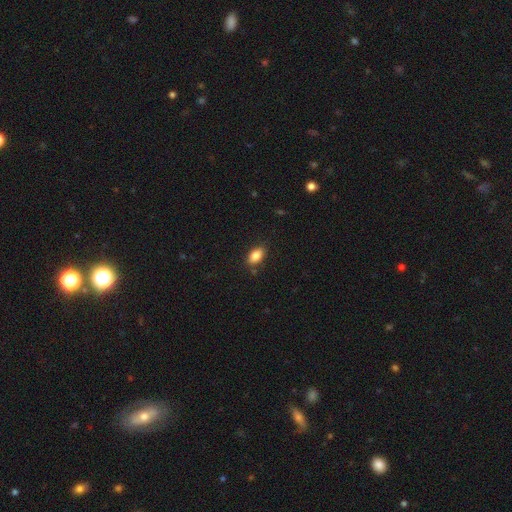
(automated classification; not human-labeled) Smooth or featured?
  - smooth: 85% *
  - star or artifact: 8%
  - featured or disk: 6%
How rounded?
  - in between: 90% *
  - round: 7%
  - cigar-shaped: 3%
Merging?
  - none: 82% *
  - minor disturbance: 13%
  - major disturbance: 3%
  - merger: 2%